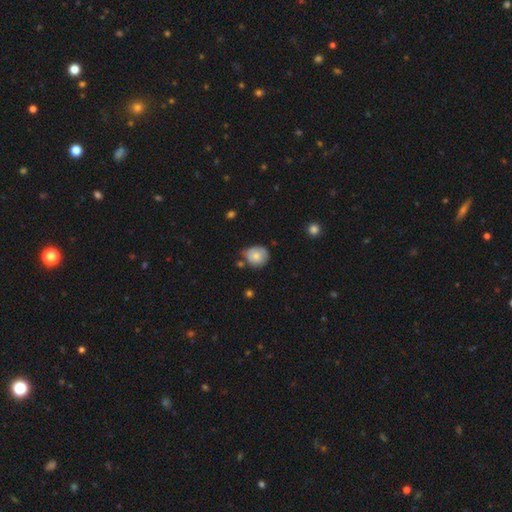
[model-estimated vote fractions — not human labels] The model was most divided on "merging": none: 55%, minor disturbance: 32%, merger: 7%, major disturbance: 6%. More confident: how rounded — round (76%); smooth or featured — smooth (74%).